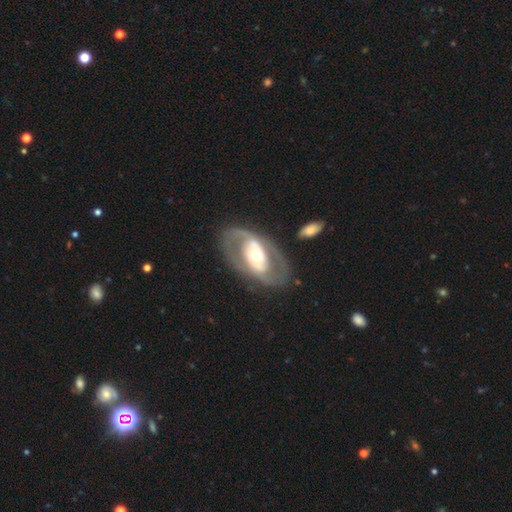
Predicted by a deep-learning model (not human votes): This appears to be a featured or disk galaxy (77%) with no bar (56%), spiral arms (57%) and a moderate central bulge (65%). Merging: none (74%).